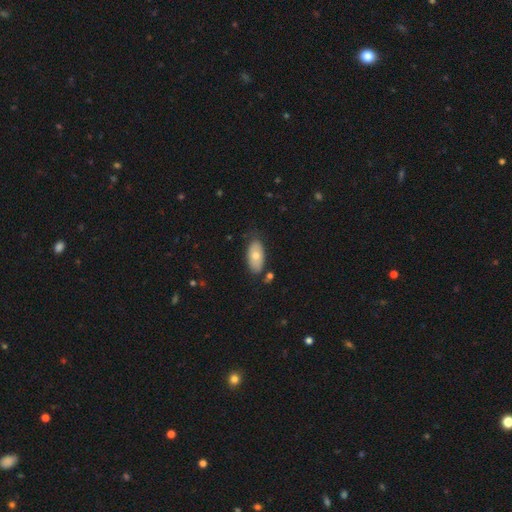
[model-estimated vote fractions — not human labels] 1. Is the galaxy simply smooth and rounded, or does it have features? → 69% smooth, 25% featured or disk, 7% star or artifact.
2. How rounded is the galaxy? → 92% in between, 4% cigar-shaped, 4% round.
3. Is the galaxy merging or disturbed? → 73% none, 19% minor disturbance, 4% major disturbance, 4% merger.